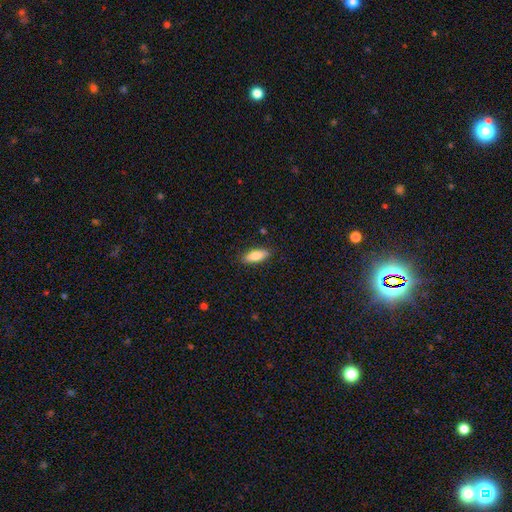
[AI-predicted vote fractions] Smooth or featured: smooth — 82% (featured or disk — 12%)
How rounded: in between — 69% (cigar-shaped — 29%)
Merging: none — 87% (minor disturbance — 10%)